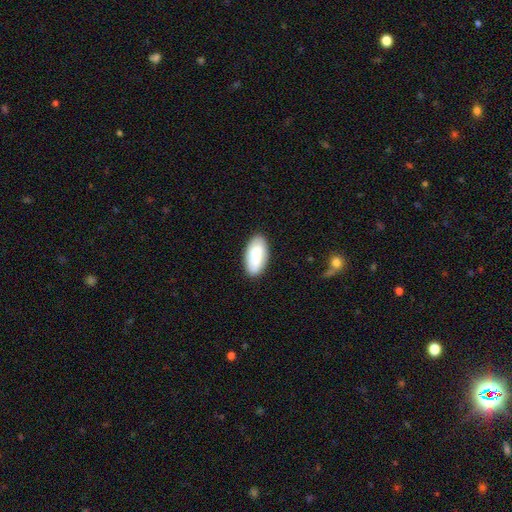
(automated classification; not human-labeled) This is clearly a smooth galaxy (84%). How rounded: clearly in between (94%). Merging: clearly none (87%).